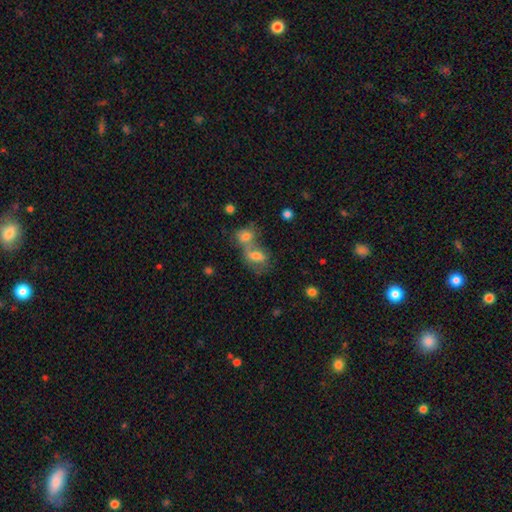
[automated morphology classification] Smooth or featured: smooth — 67% (featured or disk — 20%)
How rounded: in between — 76% (round — 21%)
Merging: merger — 59% (none — 26%)